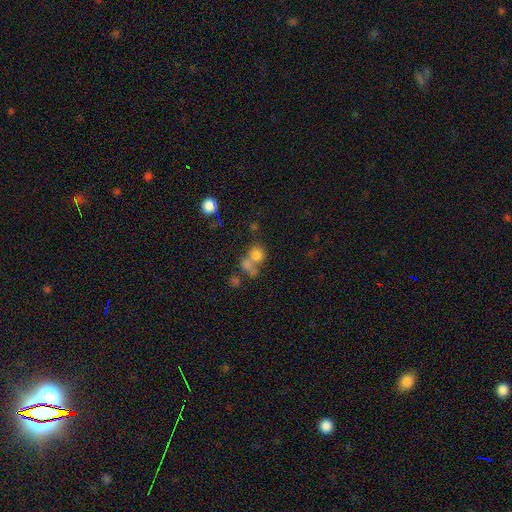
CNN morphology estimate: Overall: smooth (74%). How rounded: round (79%). Merging: merger (48%; none 37%).